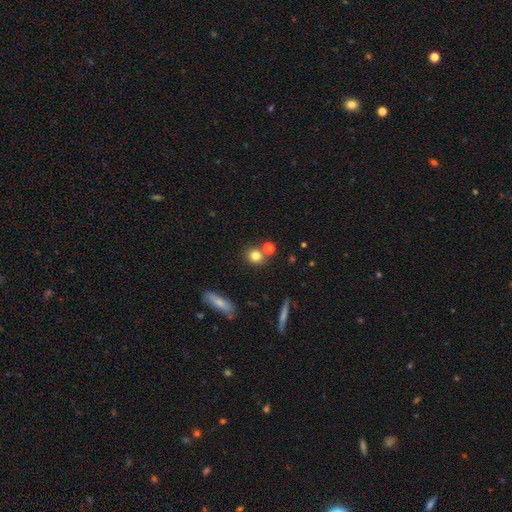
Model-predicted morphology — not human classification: Smooth or featured? Predicted: smooth (p=0.79). How rounded? Predicted: round (p=0.84). Merging? Predicted: none (p=0.70).